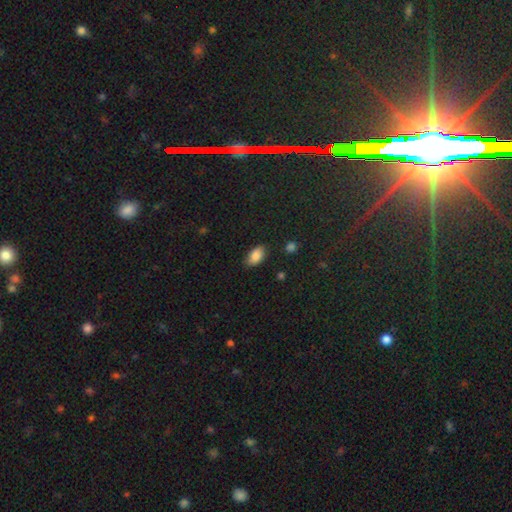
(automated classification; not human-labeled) This is clearly a smooth galaxy (86%). How rounded: clearly in between (93%). Merging: likely none (78%).